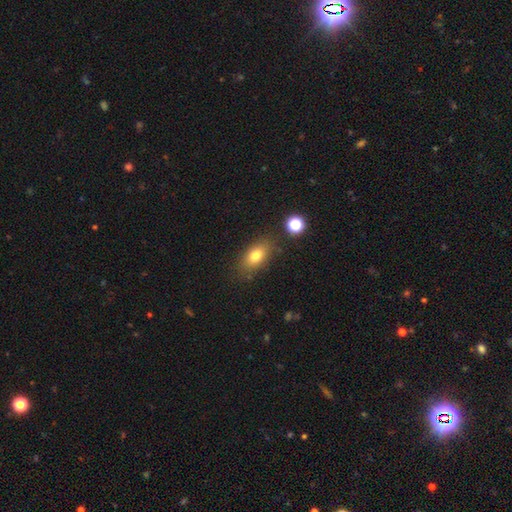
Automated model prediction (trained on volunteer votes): Smooth or featured: smooth — 76% (featured or disk — 13%)
How rounded: in between — 82% (round — 12%)
Merging: none — 79% (minor disturbance — 13%)